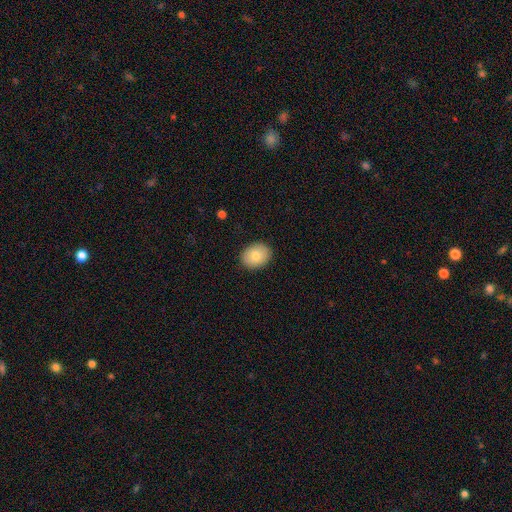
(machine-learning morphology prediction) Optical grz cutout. It shows a smooth galaxy with no disk features (81%) that is in between round and cigar-shaped (58%). Merging: none (90%).